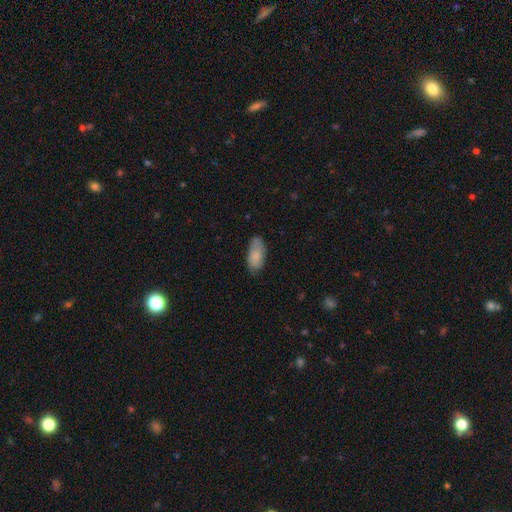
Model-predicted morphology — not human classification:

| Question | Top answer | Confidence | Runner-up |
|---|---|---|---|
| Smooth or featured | smooth | 79% | featured or disk (15%) |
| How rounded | in between | 88% | cigar-shaped (9%) |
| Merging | none | 67% | minor disturbance (27%) |